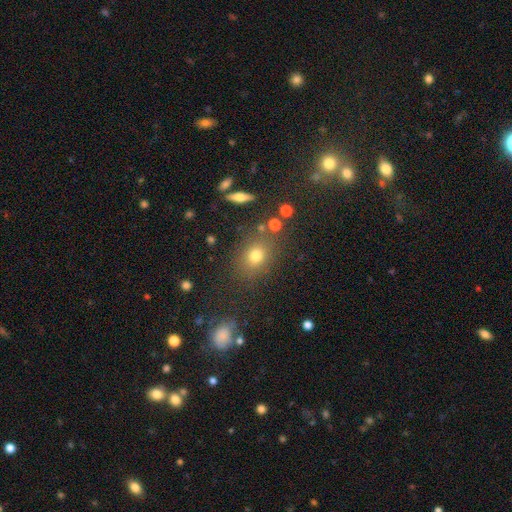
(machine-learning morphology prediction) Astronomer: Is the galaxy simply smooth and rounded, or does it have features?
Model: smooth — 71%.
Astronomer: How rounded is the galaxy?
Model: round — 59% (runner-up: in between, 39%).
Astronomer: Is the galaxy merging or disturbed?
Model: none — 78%.